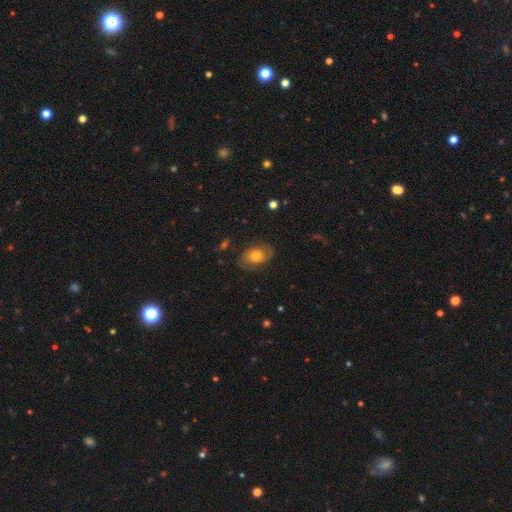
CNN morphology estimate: A featured or disk galaxy (54%) with no bar (79%), spiral arms (75%) and a moderate central bulge (60%). Merging: none (73%).